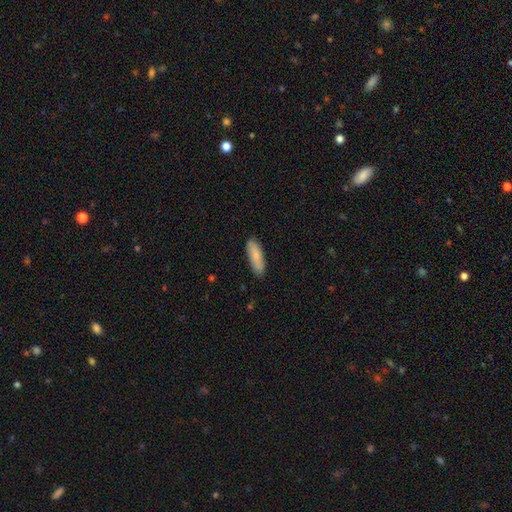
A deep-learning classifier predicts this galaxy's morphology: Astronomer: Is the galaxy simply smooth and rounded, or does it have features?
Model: smooth — 85%.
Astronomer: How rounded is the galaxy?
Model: cigar-shaped — 53% (runner-up: in between, 46%).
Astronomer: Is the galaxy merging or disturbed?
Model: none — 86%.